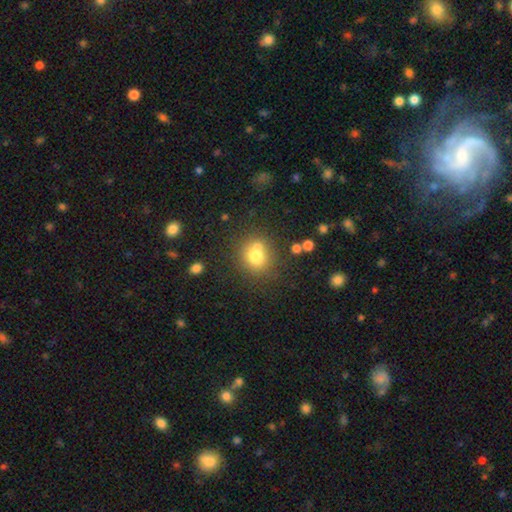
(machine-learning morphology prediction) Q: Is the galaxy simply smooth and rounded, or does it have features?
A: smooth — 73%.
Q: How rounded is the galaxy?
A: round — 79%.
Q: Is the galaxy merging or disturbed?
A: none — 56%.